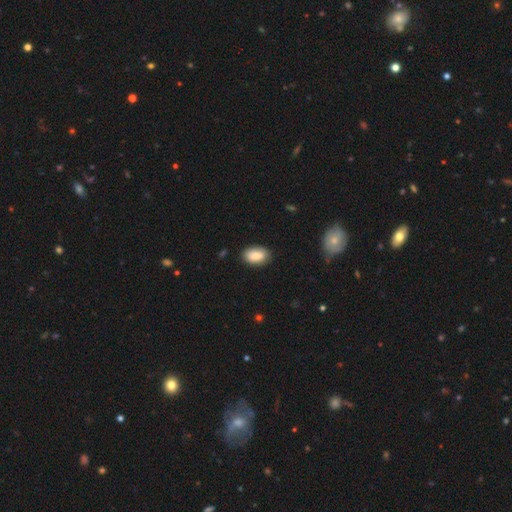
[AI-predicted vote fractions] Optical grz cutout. It shows a smooth galaxy with no disk features (86%) that is in between round and cigar-shaped (91%). Merging: none (85%).